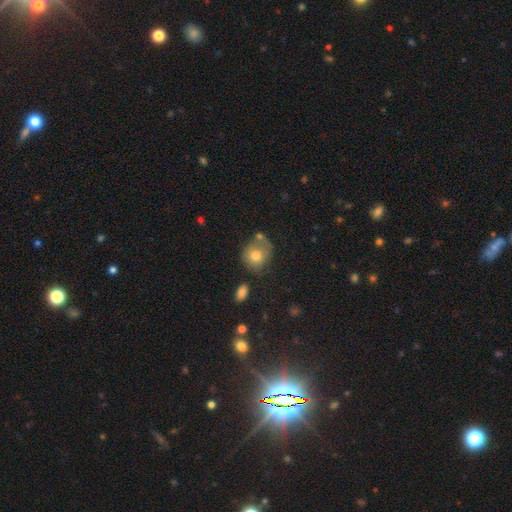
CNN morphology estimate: Smooth or featured: smooth — 74% (featured or disk — 17%)
How rounded: round — 73% (in between — 26%)
Merging: none — 54% (minor disturbance — 24%)